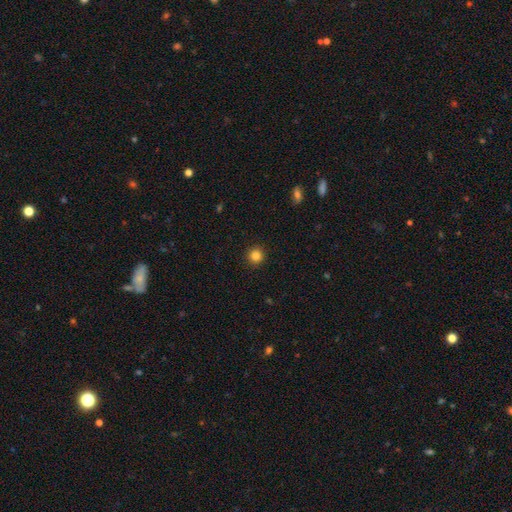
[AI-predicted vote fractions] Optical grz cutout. It shows a smooth galaxy with no disk features (84%) that is round (94%). Merging: none (93%).